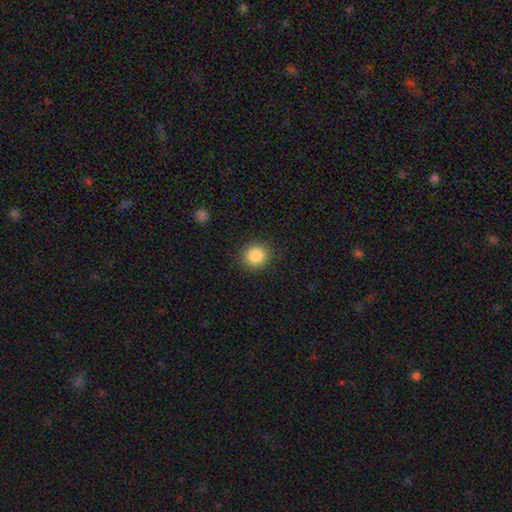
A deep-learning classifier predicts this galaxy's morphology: The model was most divided on "smooth or featured": smooth: 87%, star or artifact: 9%, featured or disk: 4%. More confident: merging — none (90%); how rounded — round (90%).